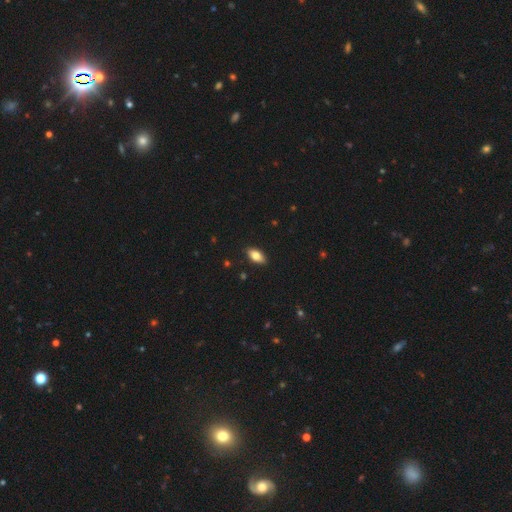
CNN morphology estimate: Q: Smooth or featured?
A: smooth (77%); runner-up: featured or disk (15%)
Q: How rounded?
A: in between (90%); runner-up: cigar-shaped (7%)
Q: Merging?
A: none (88%); runner-up: minor disturbance (9%)